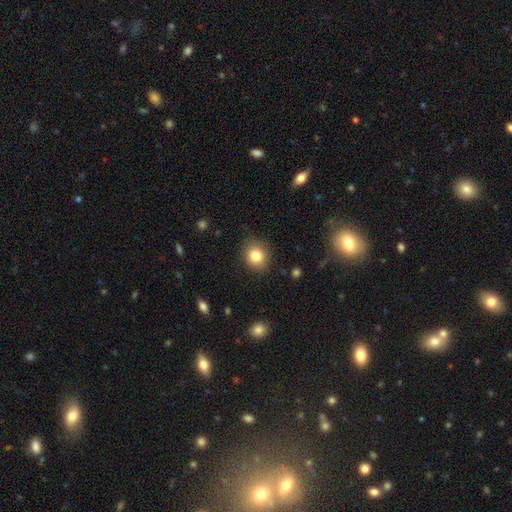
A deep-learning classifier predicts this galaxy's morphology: Smooth or featured?
  - smooth: 82% *
  - star or artifact: 10%
  - featured or disk: 8%
How rounded?
  - round: 79% *
  - in between: 20%
  - cigar-shaped: 1%
Merging?
  - none: 87% *
  - minor disturbance: 9%
  - major disturbance: 3%
  - merger: 1%